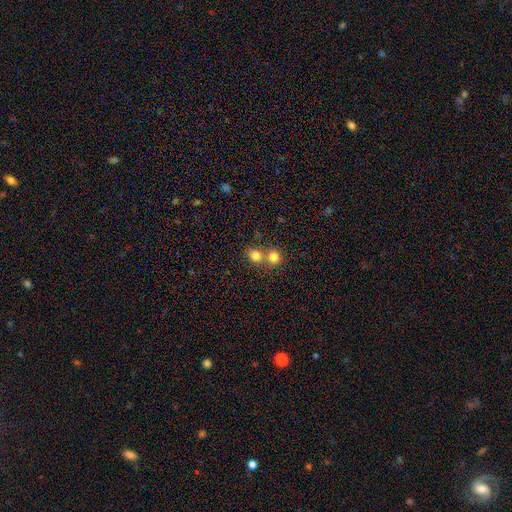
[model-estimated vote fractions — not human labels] Overall: smooth (80%). How rounded: round (76%). Merging: none (46%; merger 45%).